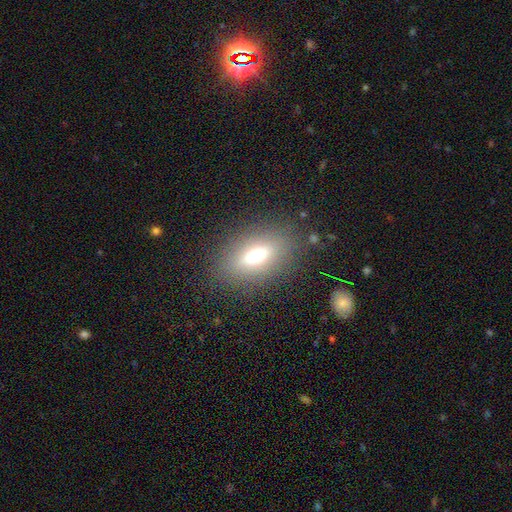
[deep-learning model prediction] Smooth or featured? Predicted: smooth (p=0.63). How rounded? Predicted: in between (p=0.79). Merging? Predicted: none (p=0.85).